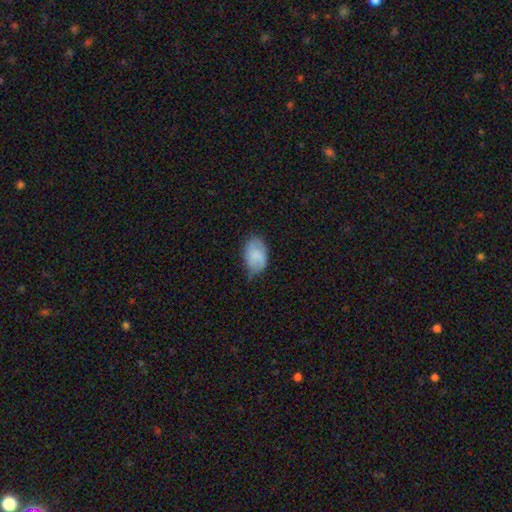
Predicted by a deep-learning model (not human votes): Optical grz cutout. It shows a smooth galaxy with no disk features (77%) that is in between round and cigar-shaped (89%). Merging: none (54%).